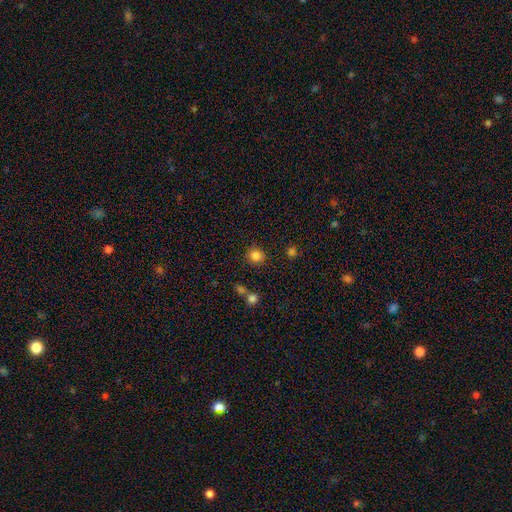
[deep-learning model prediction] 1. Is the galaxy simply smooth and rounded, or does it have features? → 84% smooth, 12% star or artifact, 4% featured or disk.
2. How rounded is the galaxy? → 90% round, 9% in between, 1% cigar-shaped.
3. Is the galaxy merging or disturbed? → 84% none, 9% minor disturbance, 4% merger, 3% major disturbance.